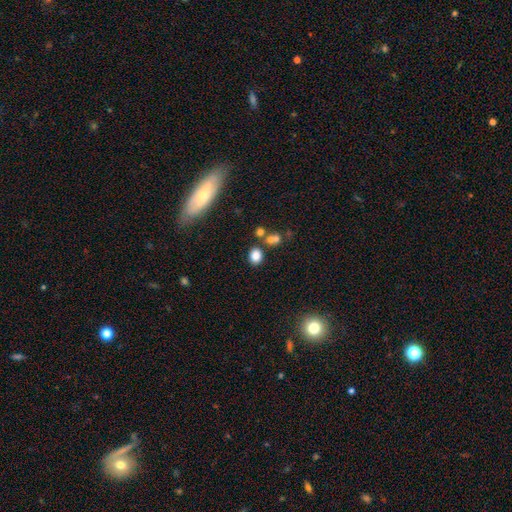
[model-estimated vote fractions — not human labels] This appears to be a smooth galaxy with no disk features (81%) that is in between round and cigar-shaped (50%). Merging: none (72%).